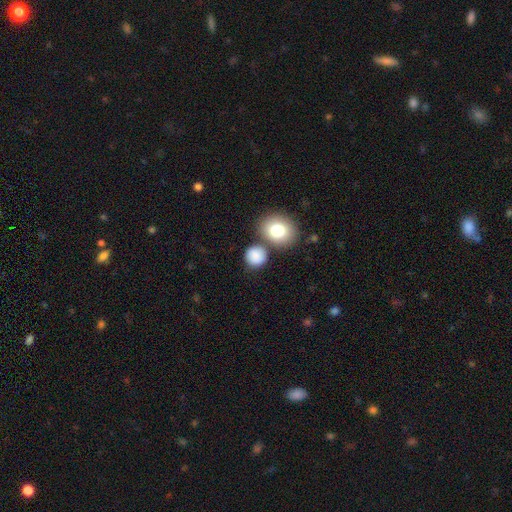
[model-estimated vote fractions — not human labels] Smooth or featured? Predicted: smooth (p=0.85). How rounded? Predicted: round (p=0.84). Merging? Predicted: none (p=0.71).